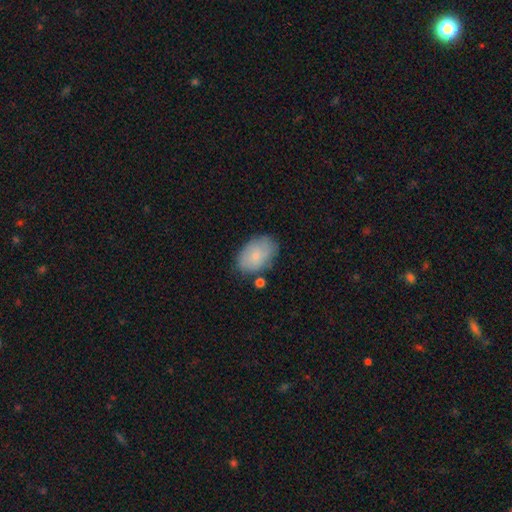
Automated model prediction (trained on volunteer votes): smooth_or_featured: smooth (p=0.75) [alt: featured or disk p=0.18]
how_rounded: in between (p=0.88) [alt: round p=0.11]
merging: none (p=0.71) [alt: minor disturbance p=0.19]